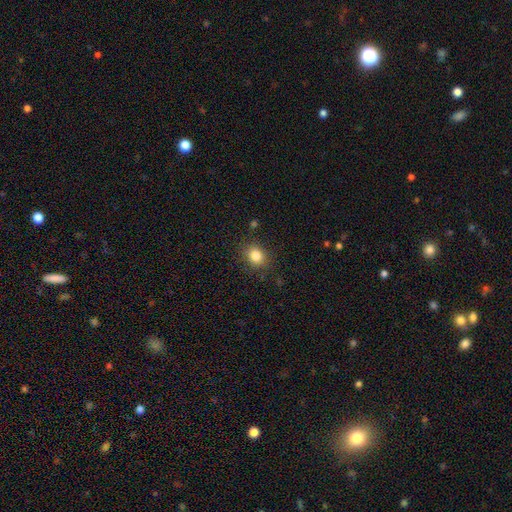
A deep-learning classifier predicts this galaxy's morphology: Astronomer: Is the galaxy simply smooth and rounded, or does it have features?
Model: smooth — 84%.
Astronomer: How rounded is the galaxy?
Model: round — 62%.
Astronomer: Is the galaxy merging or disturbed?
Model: none — 85%.